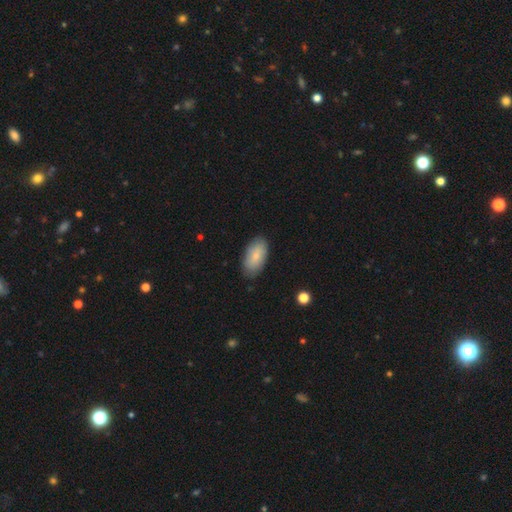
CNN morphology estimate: A smooth galaxy with no disk features (78%) that is in between round and cigar-shaped (94%).

Vote fractions:
- Smooth or featured? smooth: 78% / featured or disk: 16% / star or artifact: 6%
- How rounded? in between: 94% / round: 3% / cigar-shaped: 3%
- Merging? none: 83% / minor disturbance: 13% / major disturbance: 3% / merger: 1%